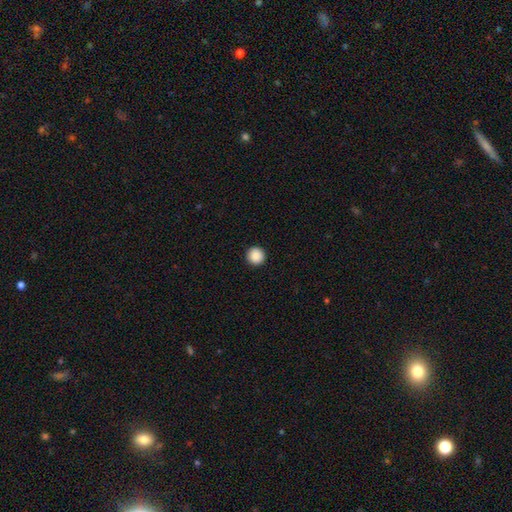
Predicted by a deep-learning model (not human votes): A smooth galaxy with no disk features (89%) that is round (96%). Merging: none (94%).